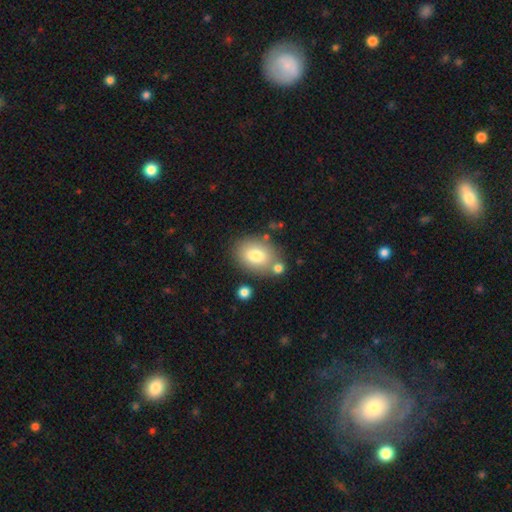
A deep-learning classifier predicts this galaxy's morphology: type=smooth (77%); roundness=in between (71%); merging=none (72%).